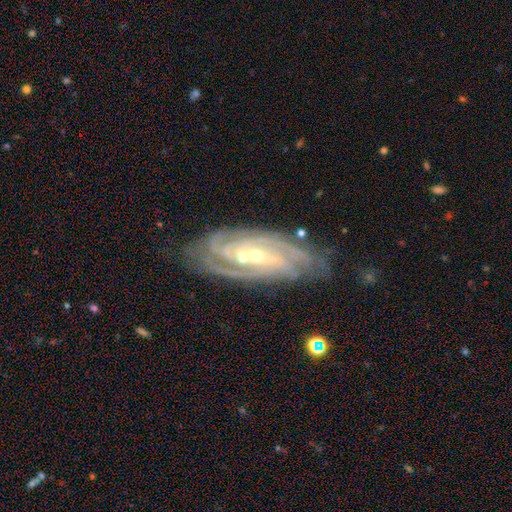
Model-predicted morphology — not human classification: Smooth or featured? featured or disk (90%)
Edge-on disk? no (93%)
Bar? no (38%)
Spiral arms? yes (98%)
Spiral winding? tight (70%)
Spiral arm count? 3 (31%)
Bulge size? small (63%)
Merging? none (77%)